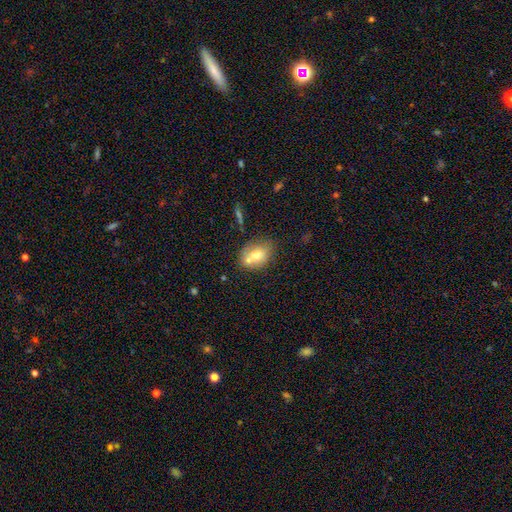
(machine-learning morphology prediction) This appears to be a smooth galaxy with no disk features (69%) that is in between round and cigar-shaped (67%). Merging: none (48%).